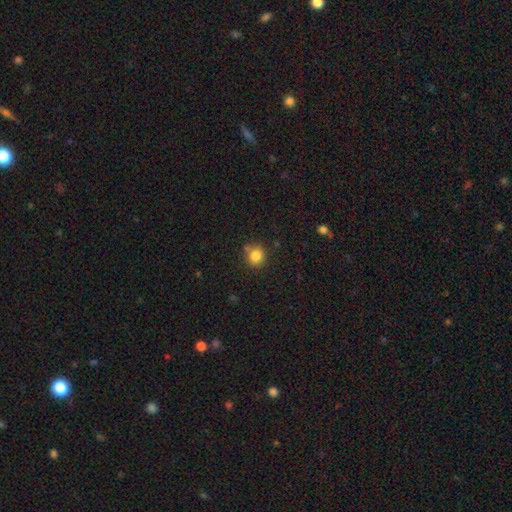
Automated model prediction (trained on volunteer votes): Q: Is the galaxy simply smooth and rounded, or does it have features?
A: smooth — 83%.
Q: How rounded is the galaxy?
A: round — 88%.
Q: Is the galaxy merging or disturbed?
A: none — 77%.